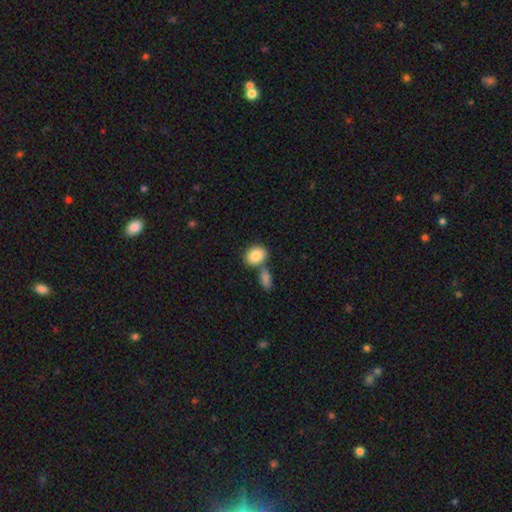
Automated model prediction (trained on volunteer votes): Smooth or featured?
  - smooth: 86% *
  - featured or disk: 7%
  - star or artifact: 7%
How rounded?
  - in between: 57% *
  - round: 41%
  - cigar-shaped: 1%
Merging?
  - none: 56% *
  - merger: 30%
  - minor disturbance: 11%
  - major disturbance: 3%